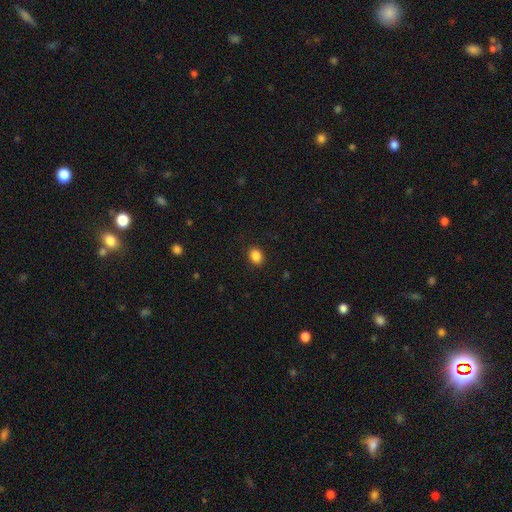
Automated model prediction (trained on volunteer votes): Overall: smooth (87%). How rounded: in between (64%; round 35%). Merging: none (89%).